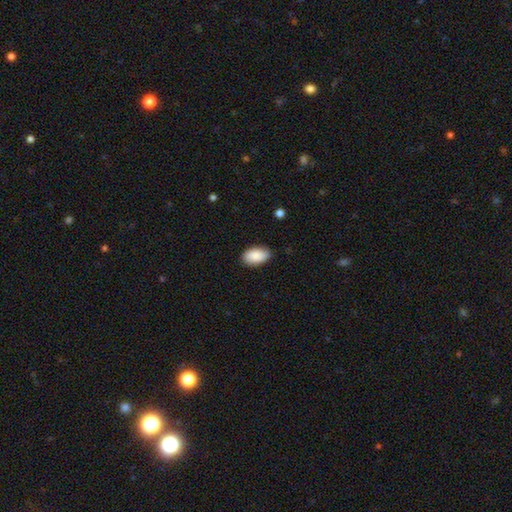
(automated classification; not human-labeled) smooth_or_featured: smooth (p=0.88) [alt: star or artifact p=0.06]
how_rounded: in between (p=0.94) [alt: round p=0.04]
merging: none (p=0.84) [alt: minor disturbance p=0.13]